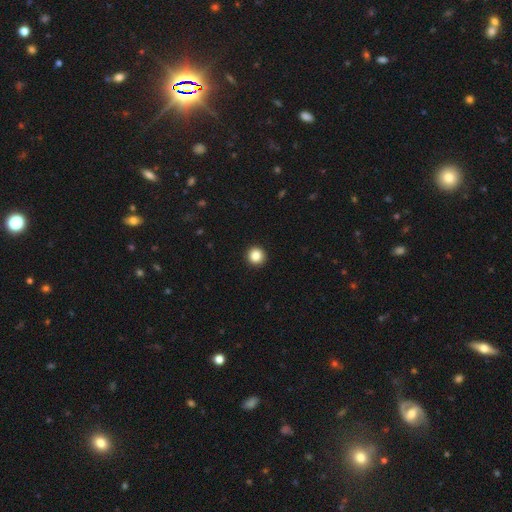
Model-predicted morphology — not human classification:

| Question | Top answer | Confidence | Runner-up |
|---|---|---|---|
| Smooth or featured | smooth | 86% | star or artifact (10%) |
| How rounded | round | 95% | in between (4%) |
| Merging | none | 94% | minor disturbance (4%) |